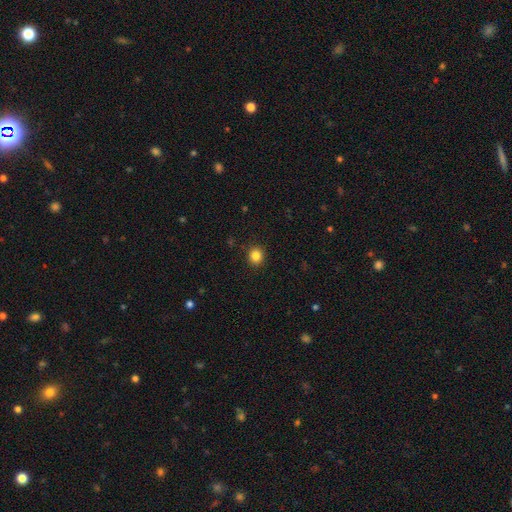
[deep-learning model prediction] The model was most divided on "smooth or featured": smooth: 84%, star or artifact: 11%, featured or disk: 4%. More confident: merging — none (92%); how rounded — round (88%).